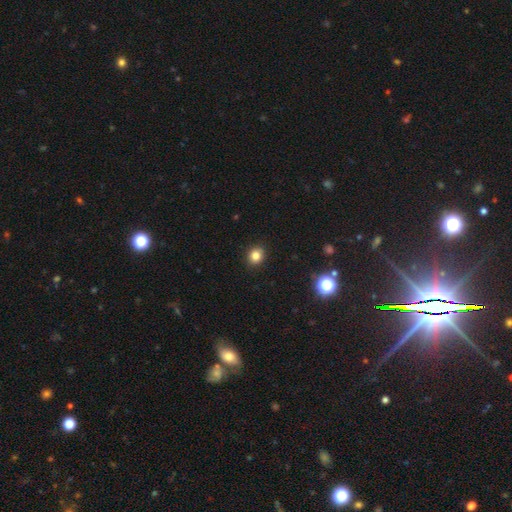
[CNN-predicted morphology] This appears to be a smooth galaxy with no disk features (82%) that is round (77%). Merging: none (91%).